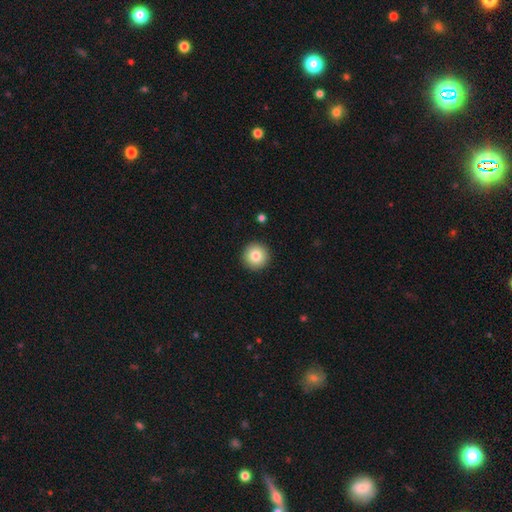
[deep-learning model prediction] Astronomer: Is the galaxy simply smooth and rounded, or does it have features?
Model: smooth — 82%.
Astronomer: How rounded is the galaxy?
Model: round — 96%.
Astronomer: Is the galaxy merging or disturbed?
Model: none — 93%.